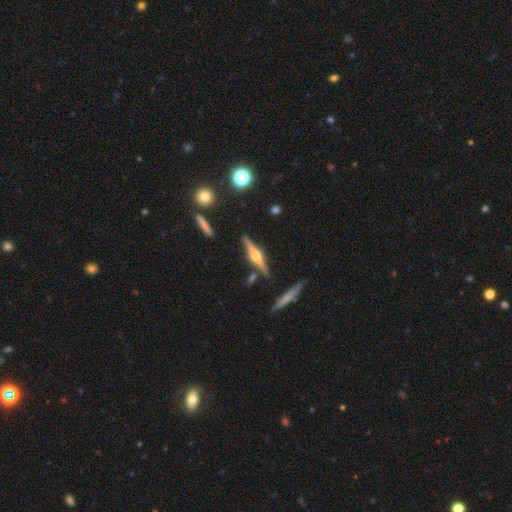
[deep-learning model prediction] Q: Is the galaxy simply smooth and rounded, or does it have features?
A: featured or disk — 79%.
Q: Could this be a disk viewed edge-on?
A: yes — 98%.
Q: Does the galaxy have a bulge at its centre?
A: rounded — 90%.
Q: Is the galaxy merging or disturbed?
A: none — 85%.